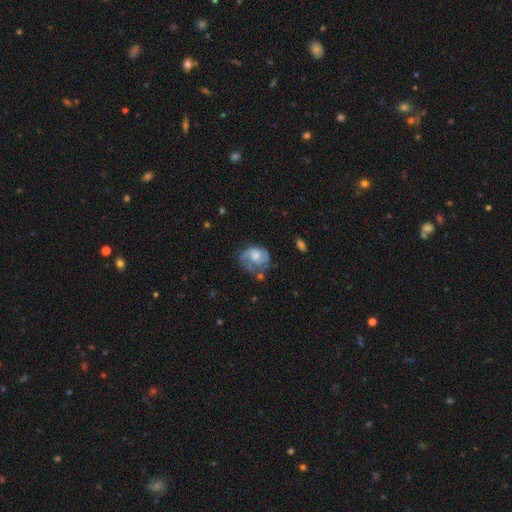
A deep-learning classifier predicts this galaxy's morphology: type=featured or disk (68%); edge-on=no (98%); bar=no (64%); spiral arms=yes (88%); winding=medium (46%); arm count=2 (63%); bulge=moderate (45%); merging=none (48%).